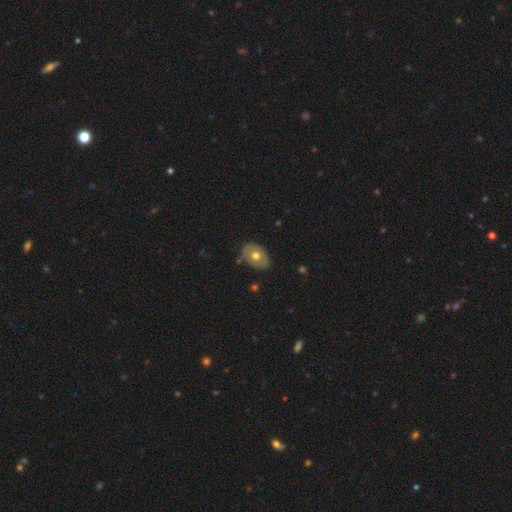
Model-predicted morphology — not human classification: Q: Smooth or featured?
A: smooth (54%); runner-up: featured or disk (39%)
Q: How rounded?
A: in between (73%); runner-up: round (26%)
Q: Merging?
A: none (59%); runner-up: minor disturbance (30%)